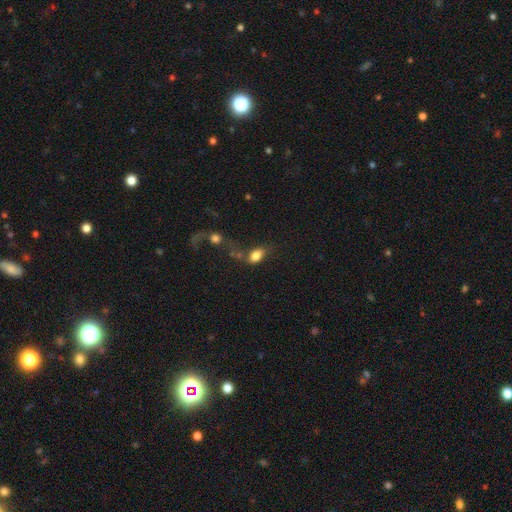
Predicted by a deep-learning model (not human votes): This is likely a smooth galaxy (79%). How rounded: clearly in between (82%). Merging: marginally none (35%).